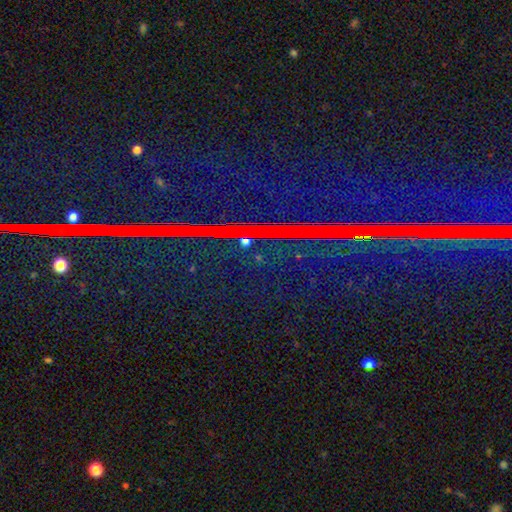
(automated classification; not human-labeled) A star or artifact, not a galaxy (84%).